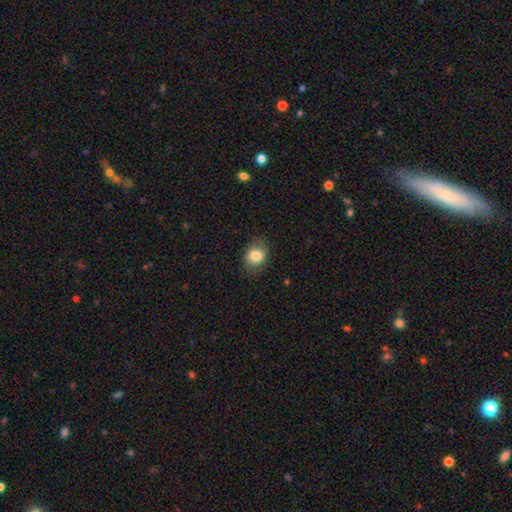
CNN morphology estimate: smooth-or-featured: smooth: 82% | featured or disk: 9% | star or artifact: 9%
  how-rounded: in between: 53% | round: 46% | cigar-shaped: 1%
  merging: none: 79% | minor disturbance: 15% | major disturbance: 5% | merger: 1%